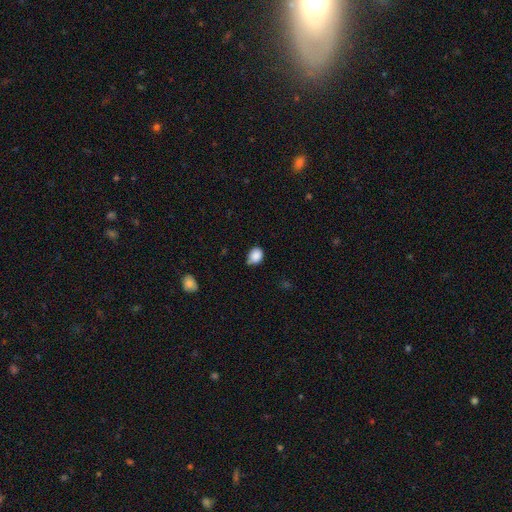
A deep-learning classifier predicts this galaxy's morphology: A smooth galaxy with no disk features (87%) that is in between round and cigar-shaped (56%).

Vote fractions:
- Smooth or featured? smooth: 87% / star or artifact: 8% / featured or disk: 4%
- How rounded? in between: 56% / round: 43% / cigar-shaped: 1%
- Merging? none: 59% / minor disturbance: 34% / major disturbance: 5% / merger: 2%